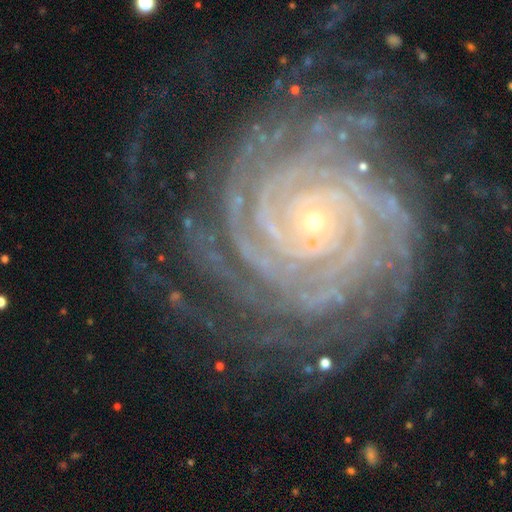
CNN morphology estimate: This is clearly a featured or disk galaxy (91%). It is clearly not viewed edge-on (98%). Bar: likely no (72%). Spiral arm pattern: clearly yes (99%). Spiral arm count: marginally more than 4 (25%). Spiral winding: clearly tight (86%). Central bulge: clearly small (83%). Merging: likely none (77%).